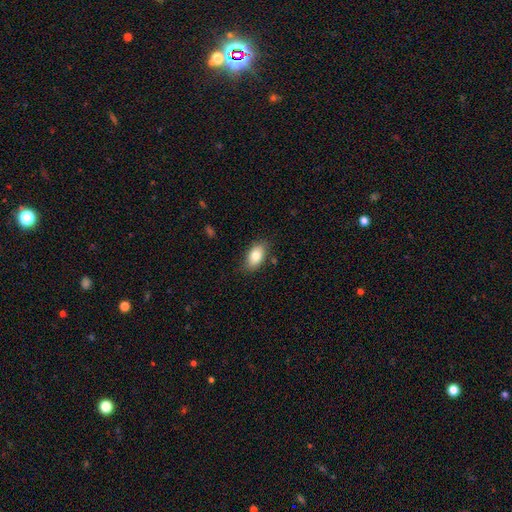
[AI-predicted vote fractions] Overall: smooth (80%). How rounded: in between (91%). Merging: none (81%).